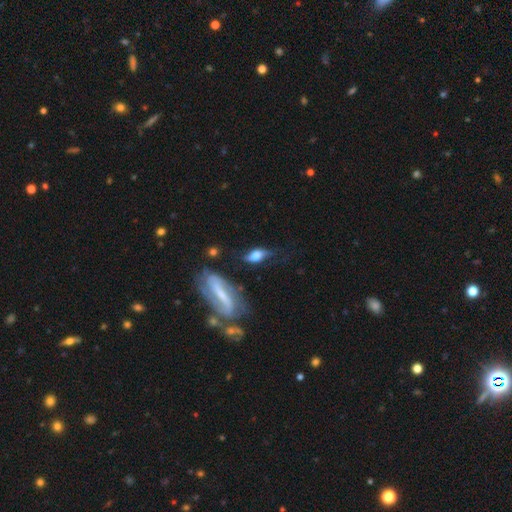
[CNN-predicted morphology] This appears to be a featured or disk galaxy (48%). Merging: none (53%).